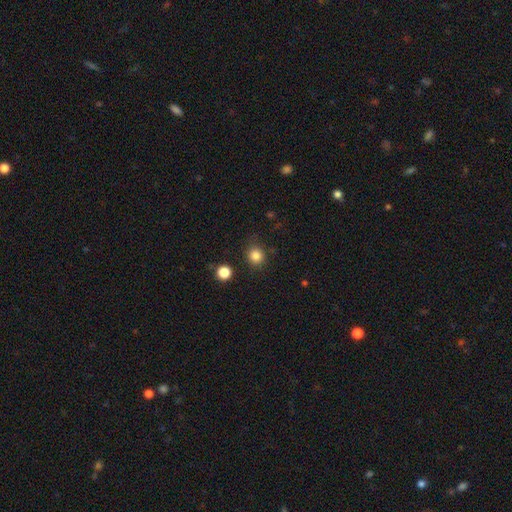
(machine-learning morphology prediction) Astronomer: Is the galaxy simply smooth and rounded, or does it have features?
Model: smooth — 84%.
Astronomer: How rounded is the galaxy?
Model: round — 87%.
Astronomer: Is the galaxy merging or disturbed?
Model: none — 85%.